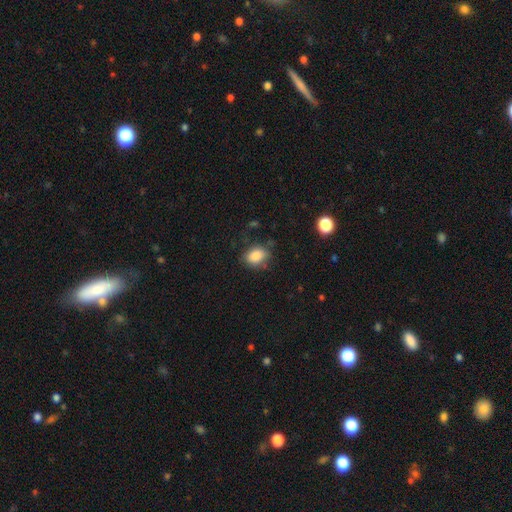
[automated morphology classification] Smooth or featured? smooth (85%)
How rounded? in between (70%)
Merging? none (70%)